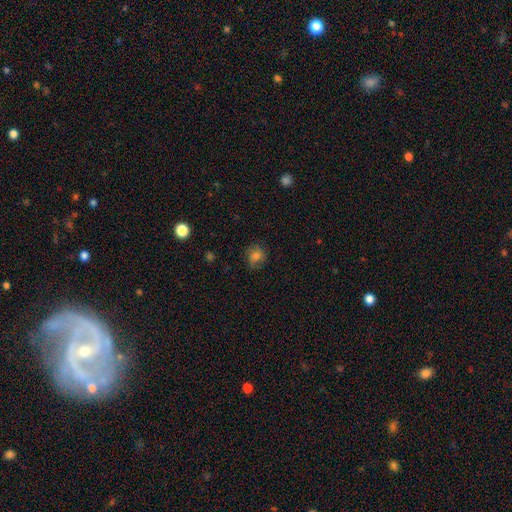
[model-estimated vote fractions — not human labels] A smooth galaxy with no disk features (77%) that is round (75%).

Vote fractions:
- Smooth or featured? smooth: 77% / star or artifact: 12% / featured or disk: 11%
- How rounded? round: 75% / in between: 24% / cigar-shaped: 1%
- Merging? none: 73% / minor disturbance: 19% / major disturbance: 6% / merger: 1%